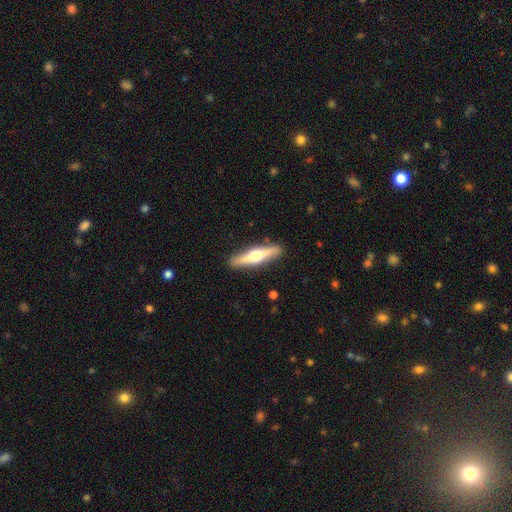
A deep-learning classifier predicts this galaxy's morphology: A featured or disk galaxy (62%) viewed edge-on (95%) with a rounded central bulge (94%). Merging: none (90%).